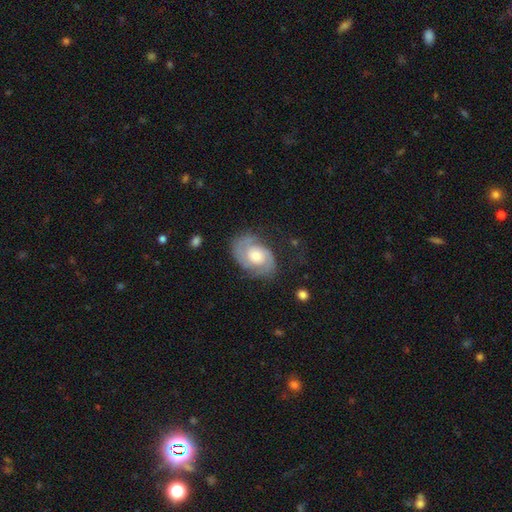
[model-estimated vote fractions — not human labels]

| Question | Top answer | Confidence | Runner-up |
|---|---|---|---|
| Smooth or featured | featured or disk | 86% | smooth (9%) |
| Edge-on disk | no | 97% | yes (3%) |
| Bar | no | 68% | weak (27%) |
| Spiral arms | yes | 96% | no (4%) |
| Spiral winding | tight | 52% | medium (39%) |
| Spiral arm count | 2 | 88% | can't tell (6%) |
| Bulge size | moderate | 61% | large (18%) |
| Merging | none | 75% | minor disturbance (16%) |